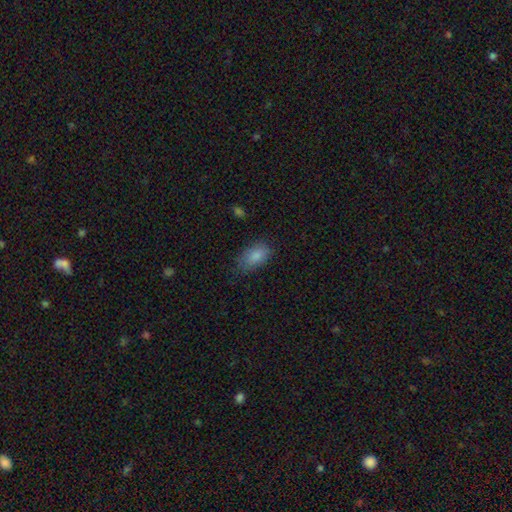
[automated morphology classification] Smooth or featured?
  - smooth: 86% *
  - star or artifact: 7%
  - featured or disk: 7%
How rounded?
  - in between: 92% *
  - round: 5%
  - cigar-shaped: 3%
Merging?
  - none: 72% *
  - minor disturbance: 21%
  - major disturbance: 6%
  - merger: 1%